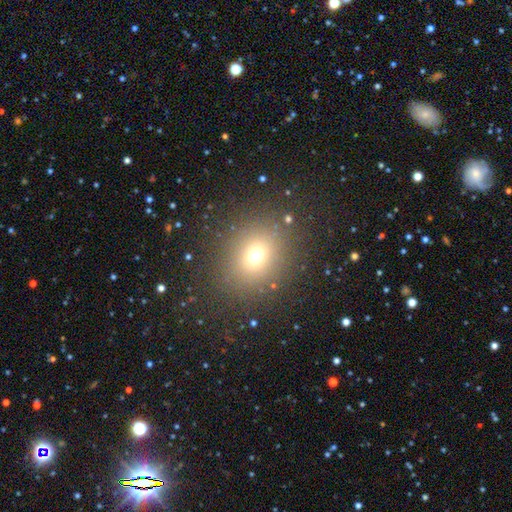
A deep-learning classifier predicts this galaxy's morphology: smooth 67%, star or artifact 23%, featured or disk 10%. Down the decision tree: how rounded — round (72%); merging — none (83%).